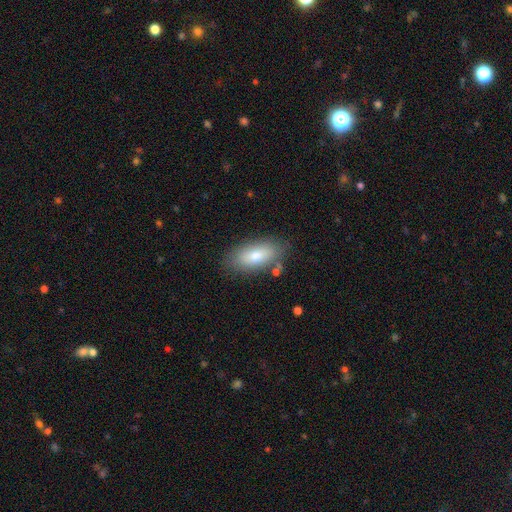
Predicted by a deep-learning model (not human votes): Smooth or featured: smooth — 75% (featured or disk — 18%)
How rounded: in between — 87% (cigar-shaped — 10%)
Merging: none — 78% (minor disturbance — 14%)